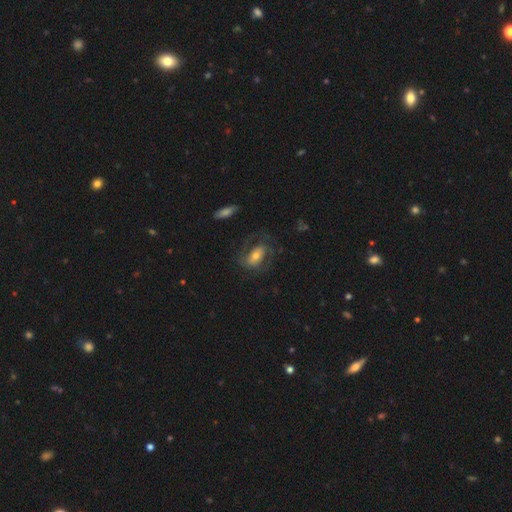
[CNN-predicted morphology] Q: Smooth or featured?
A: featured or disk (54%); runner-up: smooth (38%)
Q: Edge-on disk?
A: no (93%); runner-up: yes (7%)
Q: Merging?
A: none (56%); runner-up: major disturbance (23%)